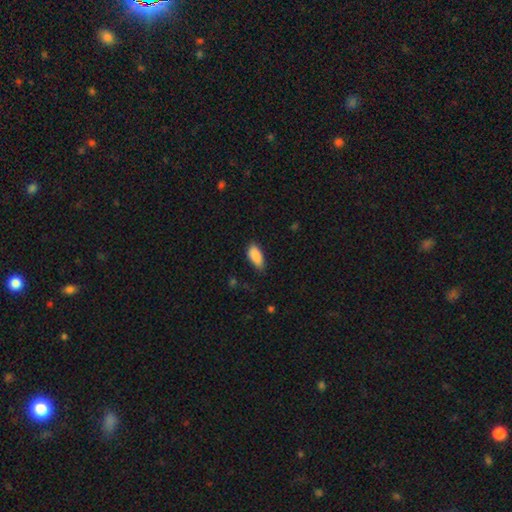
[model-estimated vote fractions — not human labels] This is clearly a smooth galaxy (87%). How rounded: clearly in between (88%). Merging: likely none (74%).